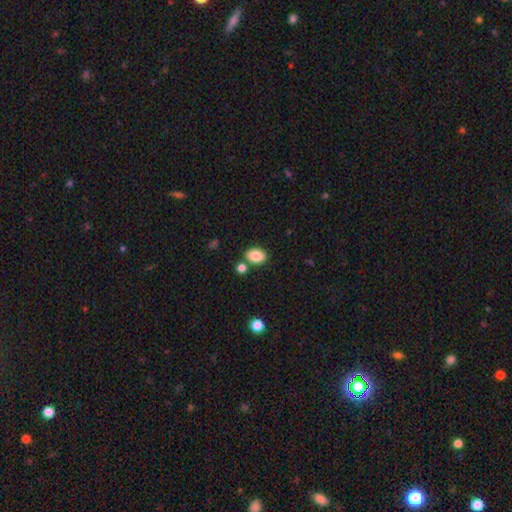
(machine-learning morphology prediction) The model was most divided on "how rounded": in between: 79%, round: 20%, cigar-shaped: 1%. More confident: smooth or featured — smooth (86%); merging — none (76%).